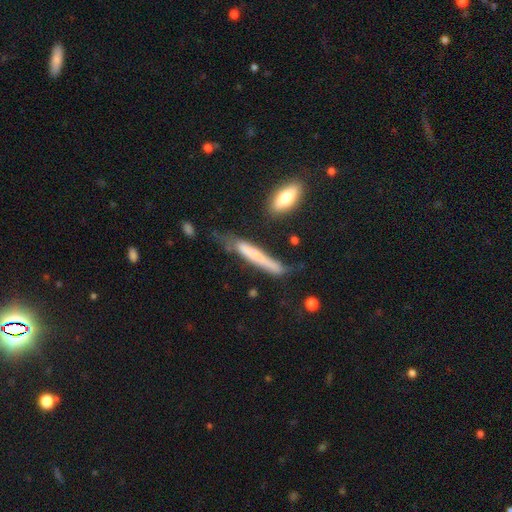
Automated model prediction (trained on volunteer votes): smooth 48%, featured or disk 41%, star or artifact 12%. Down the decision tree: merging — none (56%).